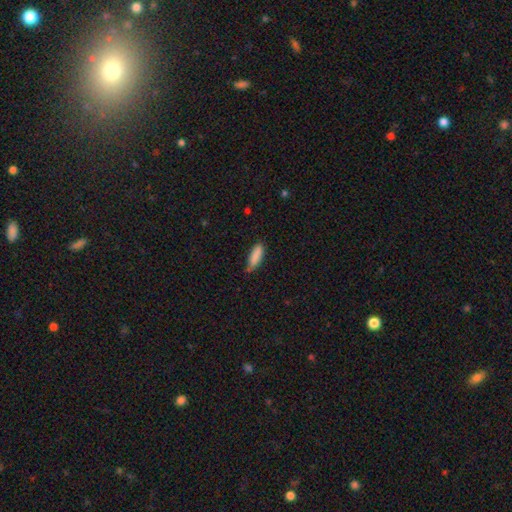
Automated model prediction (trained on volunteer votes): This appears to be a smooth galaxy with no disk features (88%) that is cigar-shaped (51%). Merging: none (72%).